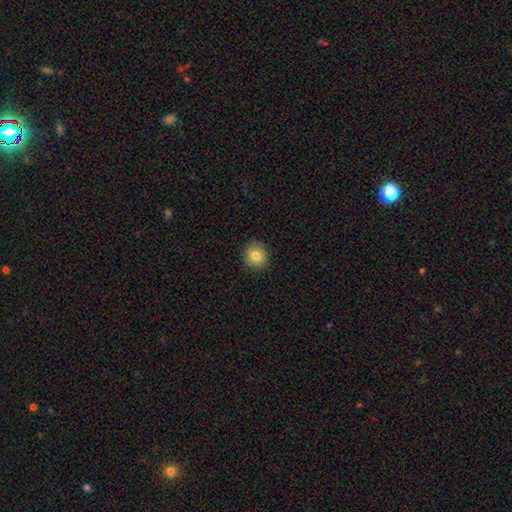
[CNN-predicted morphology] Smooth or featured?
  - smooth: 82% *
  - star or artifact: 10%
  - featured or disk: 8%
How rounded?
  - round: 89% *
  - in between: 10%
  - cigar-shaped: 1%
Merging?
  - none: 90% *
  - minor disturbance: 7%
  - major disturbance: 2%
  - merger: 1%